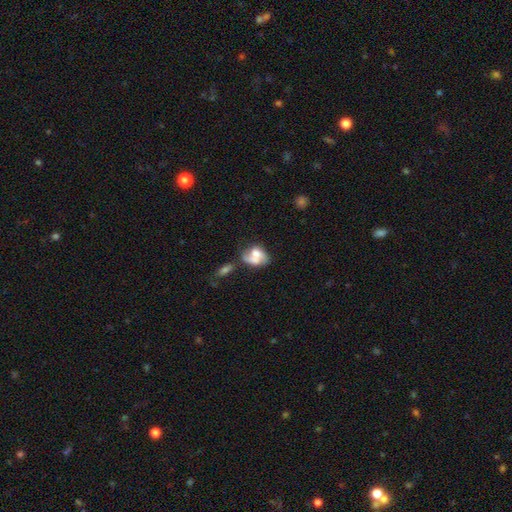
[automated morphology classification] Smooth or featured? Predicted: smooth (p=0.50). Merging? Predicted: merger (p=0.38).